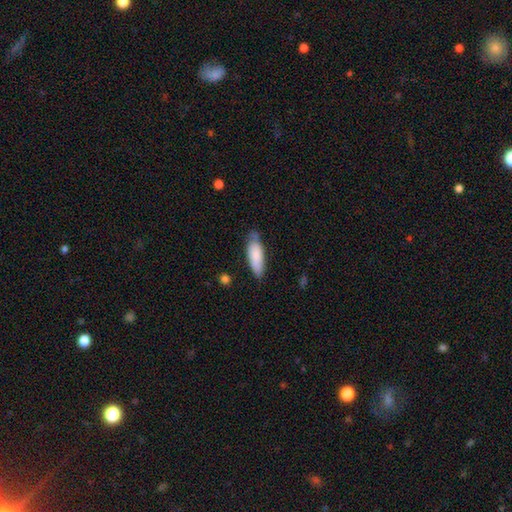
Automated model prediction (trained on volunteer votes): smooth 82%, featured or disk 12%, star or artifact 6%. Down the decision tree: how rounded — in between (64%); merging — none (63%).